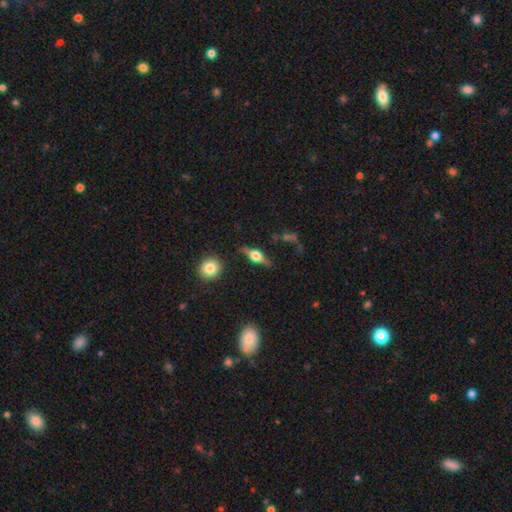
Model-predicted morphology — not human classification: smooth-or-featured: featured or disk: 62% | smooth: 30% | star or artifact: 8%
  disk-edge-on: yes: 92% | no: 8%
    edge-on-bulge: rounded: 94% | boxy: 5% | none: 1%
  merging: none: 81% | minor disturbance: 13% | major disturbance: 4% | merger: 2%